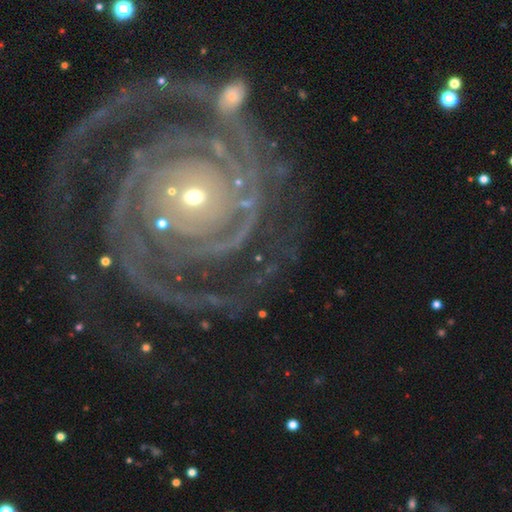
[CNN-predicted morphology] This is clearly a featured or disk galaxy (92%). It is clearly not viewed edge-on (98%). Bar: likely no (75%). Spiral arm pattern: clearly yes (98%). Spiral arm count: marginally 2 (42%). Spiral winding: clearly tight (84%). Central bulge: likely small (74%). Merging: likely none (67%).